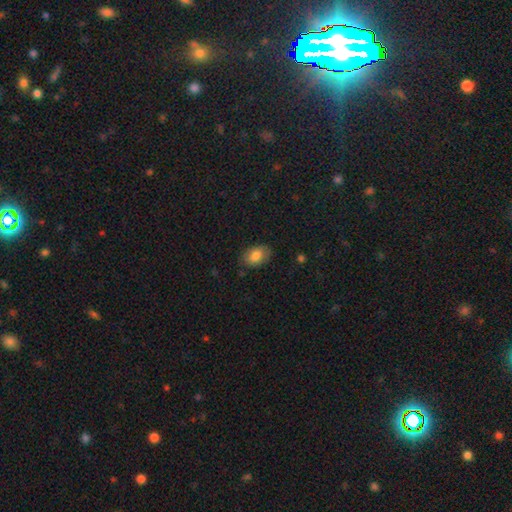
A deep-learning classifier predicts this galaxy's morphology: smooth_or_featured: smooth (p=0.82) [alt: featured or disk p=0.11]
how_rounded: in between (p=0.86) [alt: round p=0.13]
merging: none (p=0.83) [alt: minor disturbance p=0.13]